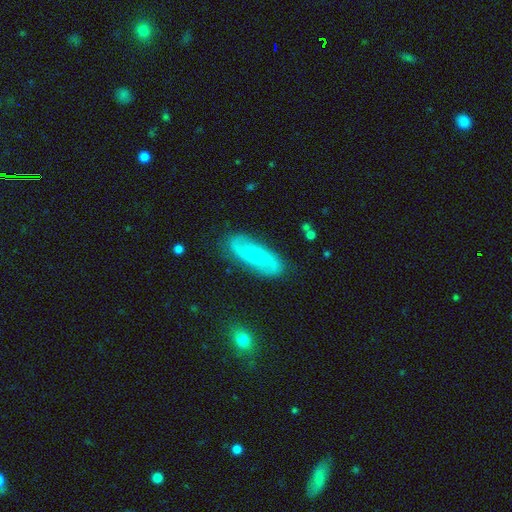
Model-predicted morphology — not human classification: Smooth or featured?
  - featured or disk: 74% *
  - smooth: 20%
  - star or artifact: 6%
Edge-on disk?
  - no: 90% *
  - yes: 10%
Bar?
  - no: 70% *
  - weak: 24%
  - strong: 6%
Spiral arms?
  - yes: 91% *
  - no: 9%
Spiral winding?
  - medium: 41% *
  - loose: 37%
  - tight: 23%
Spiral arm count?
  - 2: 84% *
  - can't tell: 9%
  - 3: 2%
  - 1: 2%
  - 4: 1%
  - more than 4: 1%
Bulge size?
  - small: 76% *
  - moderate: 20%
  - none: 2%
  - large: 1%
  - dominant: 1%
Merging?
  - none: 81% *
  - minor disturbance: 14%
  - major disturbance: 3%
  - merger: 1%